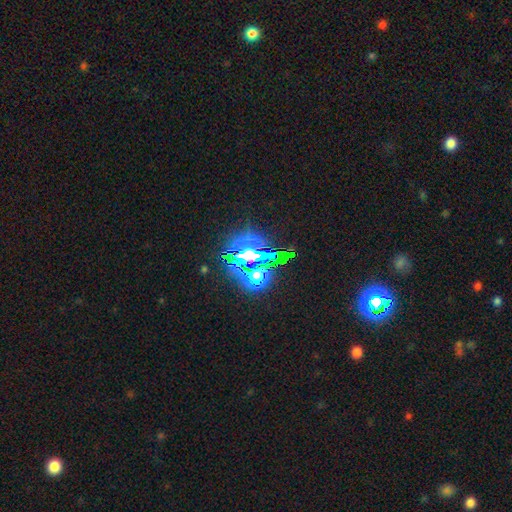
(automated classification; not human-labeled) Overall: star or artifact (76%).